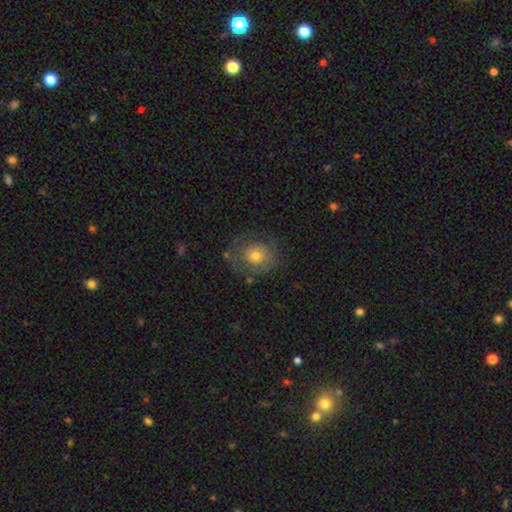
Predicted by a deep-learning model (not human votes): smooth_or_featured: smooth (p=0.59) [alt: featured or disk p=0.31]
how_rounded: round (p=0.77) [alt: in between p=0.22]
merging: none (p=0.65) [alt: minor disturbance p=0.20]